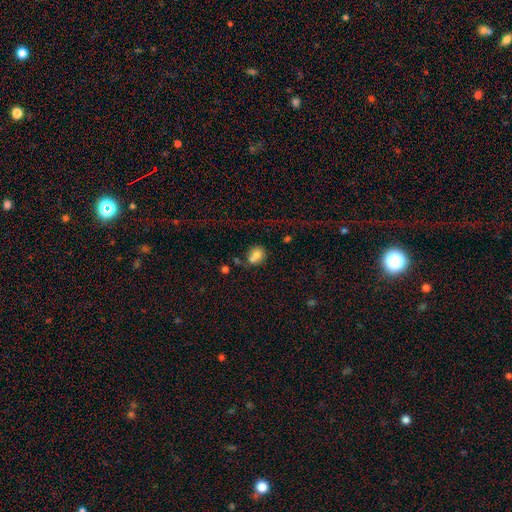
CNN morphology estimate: smooth 76%, featured or disk 13%, star or artifact 11%. Down the decision tree: how rounded — round (61%); merging — none (45%).